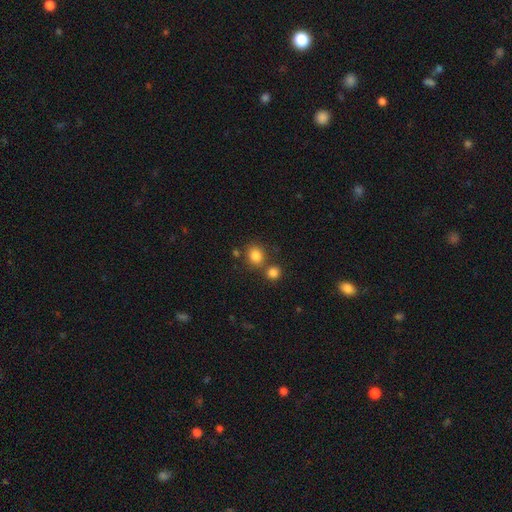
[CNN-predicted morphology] Smooth or featured? smooth (82%)
How rounded? round (75%)
Merging? none (65%)